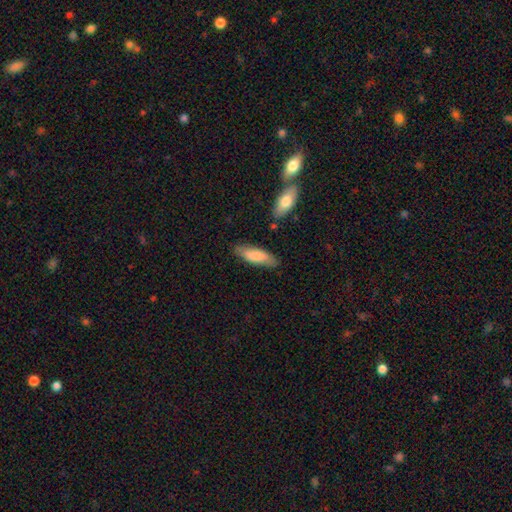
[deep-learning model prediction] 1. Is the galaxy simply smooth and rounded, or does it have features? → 79% smooth, 15% featured or disk, 5% star or artifact.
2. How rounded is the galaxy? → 53% in between, 45% cigar-shaped, 2% round.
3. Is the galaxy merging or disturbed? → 78% none, 15% minor disturbance, 3% merger, 3% major disturbance.